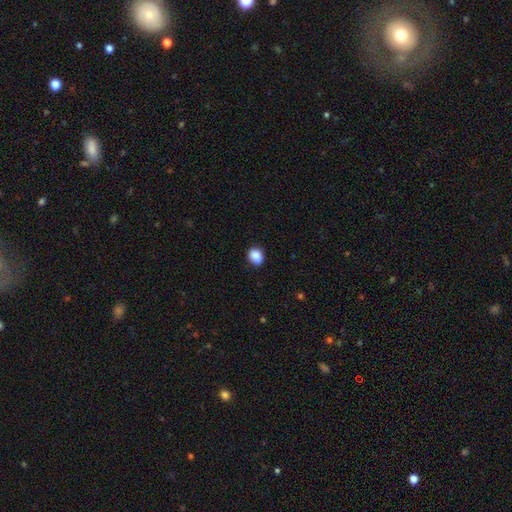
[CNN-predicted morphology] This appears to be a smooth galaxy with no disk features (88%) that is round (50%). Merging: none (83%).